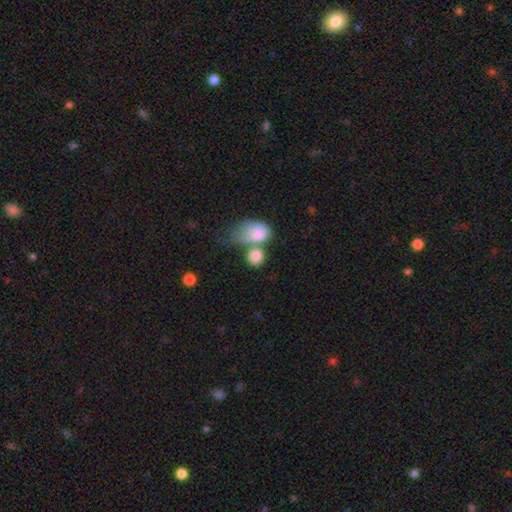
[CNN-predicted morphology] Smooth or featured? Predicted: smooth (p=0.83). How rounded? Predicted: round (p=0.58). Merging? Predicted: merger (p=0.45).